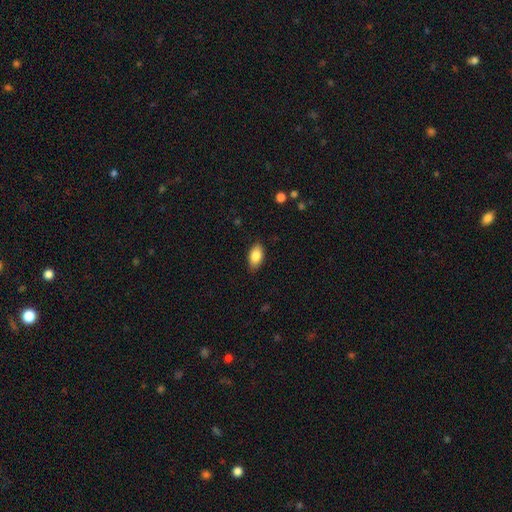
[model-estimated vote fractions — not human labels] This is clearly a smooth galaxy (86%). How rounded: clearly in between (92%). Merging: clearly none (86%).